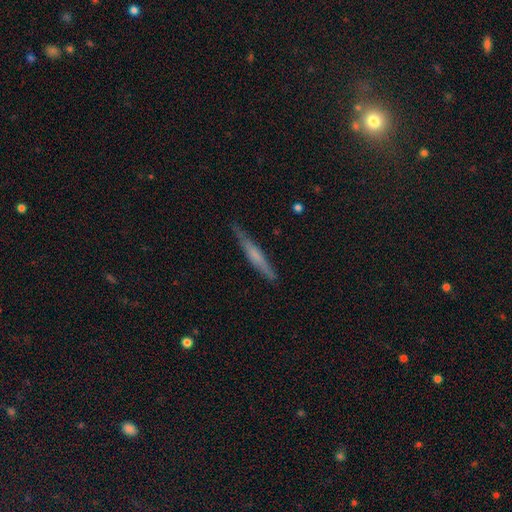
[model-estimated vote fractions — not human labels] A featured or disk galaxy (48%).

Vote fractions:
- Smooth or featured? featured or disk: 48% / smooth: 46% / star or artifact: 6%
- Merging? none: 83% / minor disturbance: 13% / major disturbance: 2% / merger: 1%